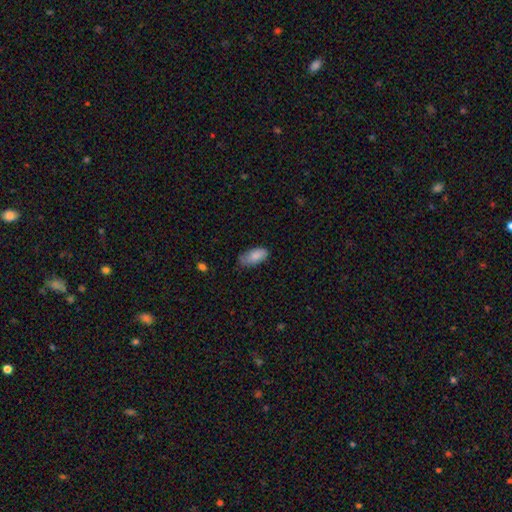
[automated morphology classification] Overall: smooth (84%). How rounded: in between (92%). Merging: none (58%; minor disturbance 34%).